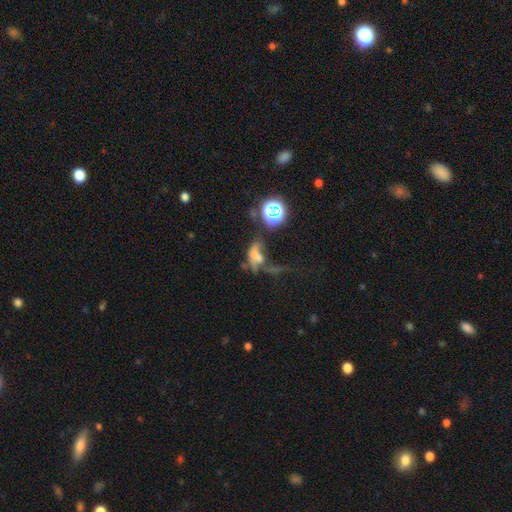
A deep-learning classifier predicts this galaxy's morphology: smooth_or_featured: smooth (p=0.39) [alt: featured or disk p=0.34]
merging: major disturbance (p=0.37) [alt: merger p=0.34]